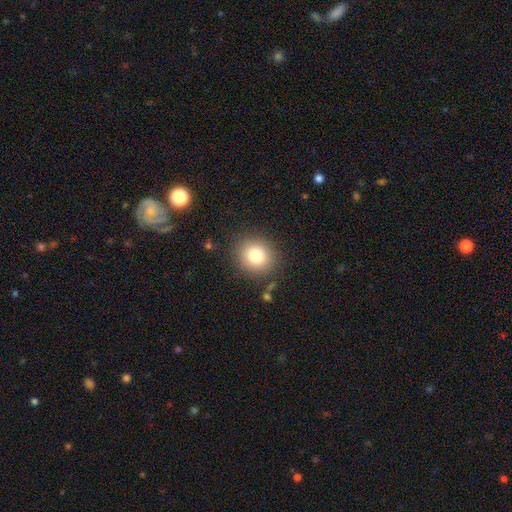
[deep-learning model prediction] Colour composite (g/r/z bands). It shows a smooth galaxy with no disk features (80%) that is round (81%). Merging: none (86%).